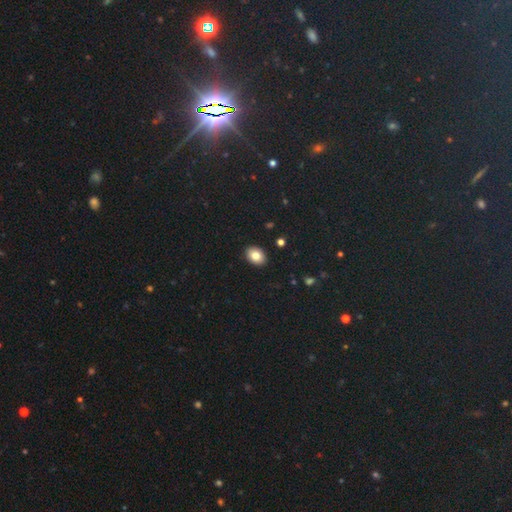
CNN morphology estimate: type=smooth (83%); roundness=in between (71%); merging=none (91%).